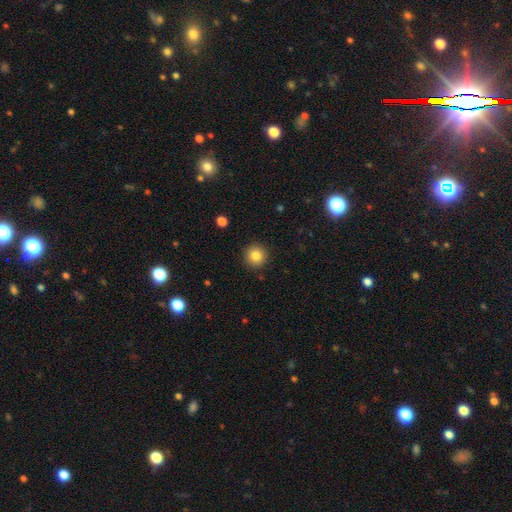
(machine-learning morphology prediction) Overall: smooth (84%). How rounded: round (95%). Merging: none (91%).